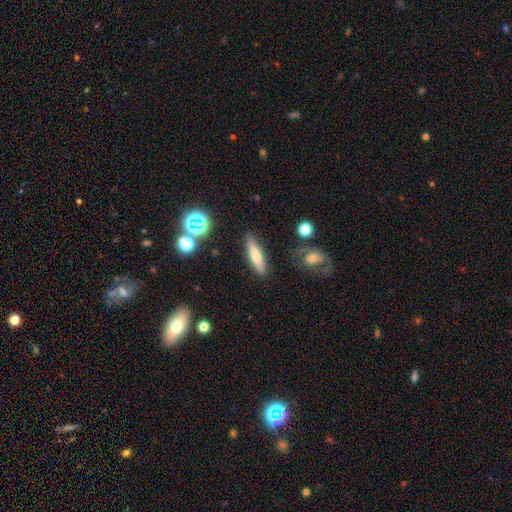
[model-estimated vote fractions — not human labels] Q: Smooth or featured?
A: smooth (62%); runner-up: featured or disk (30%)
Q: How rounded?
A: cigar-shaped (75%); runner-up: in between (23%)
Q: Merging?
A: none (84%); runner-up: minor disturbance (11%)